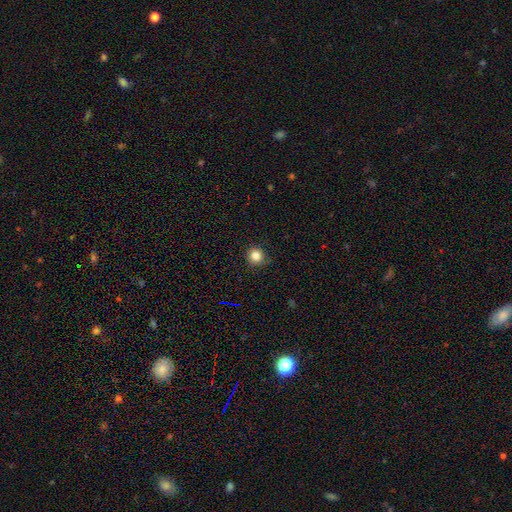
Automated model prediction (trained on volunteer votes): Smooth or featured: smooth — 83% (star or artifact — 12%)
How rounded: round — 93% (in between — 6%)
Merging: none — 86% (minor disturbance — 10%)